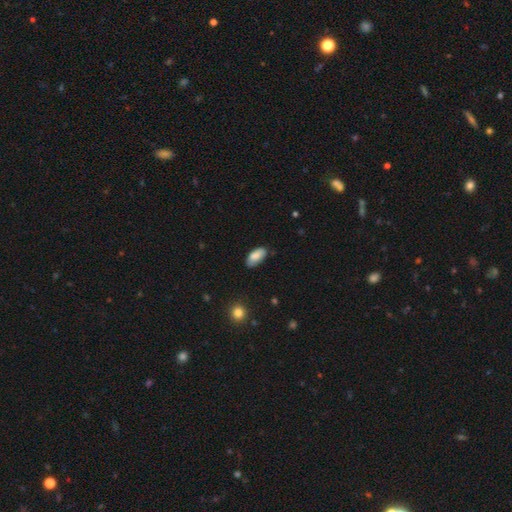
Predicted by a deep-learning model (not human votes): Smooth or featured? smooth (83%)
How rounded? in between (92%)
Merging? none (74%)